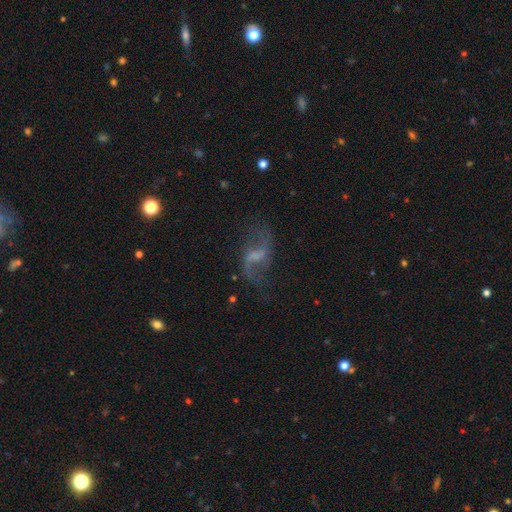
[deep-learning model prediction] Smooth or featured?
  - featured or disk: 81% *
  - smooth: 10%
  - star or artifact: 9%
Edge-on disk?
  - no: 97% *
  - yes: 3%
Bar?
  - weak: 52% *
  - strong: 26%
  - no: 22%
Spiral arms?
  - yes: 93% *
  - no: 7%
Spiral winding?
  - loose: 85% *
  - medium: 13%
  - tight: 3%
Spiral arm count?
  - 2: 91% *
  - 1: 4%
  - can't tell: 3%
  - 3: 1%
  - 4: 1%
  - more than 4: 1%
Bulge size?
  - none: 51% *
  - small: 29%
  - moderate: 15%
  - large: 3%
  - dominant: 1%
Merging?
  - none: 69% *
  - minor disturbance: 16%
  - major disturbance: 13%
  - merger: 3%